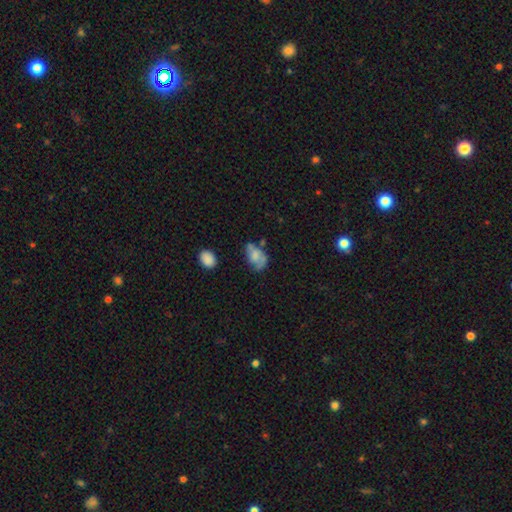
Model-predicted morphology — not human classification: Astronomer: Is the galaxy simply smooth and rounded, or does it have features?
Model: smooth — 61%.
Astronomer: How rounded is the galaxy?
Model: in between — 85%.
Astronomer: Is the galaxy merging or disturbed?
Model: none — 35% (runner-up: minor disturbance, 32%).